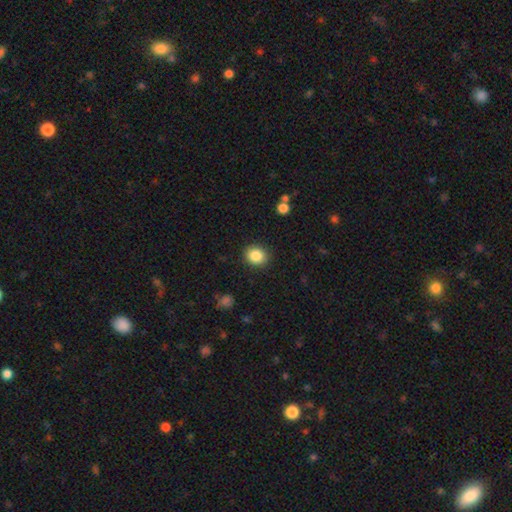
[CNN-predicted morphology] smooth 86%, star or artifact 9%, featured or disk 5%. Down the decision tree: how rounded — round (74%); merging — none (90%).